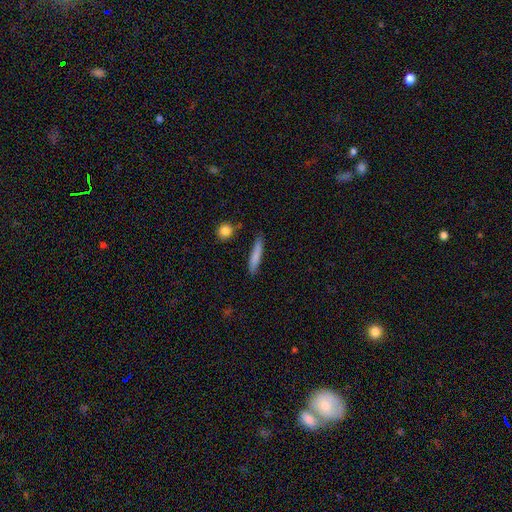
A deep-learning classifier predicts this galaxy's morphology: Smooth or featured?
  - smooth: 79% *
  - featured or disk: 15%
  - star or artifact: 6%
How rounded?
  - cigar-shaped: 91% *
  - in between: 8%
  - round: 2%
Merging?
  - none: 85% *
  - minor disturbance: 11%
  - merger: 2%
  - major disturbance: 2%